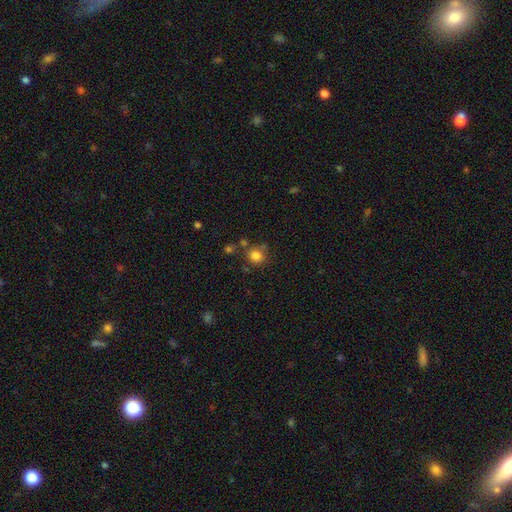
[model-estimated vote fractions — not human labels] Smooth or featured? smooth (82%)
How rounded? round (88%)
Merging? none (72%)